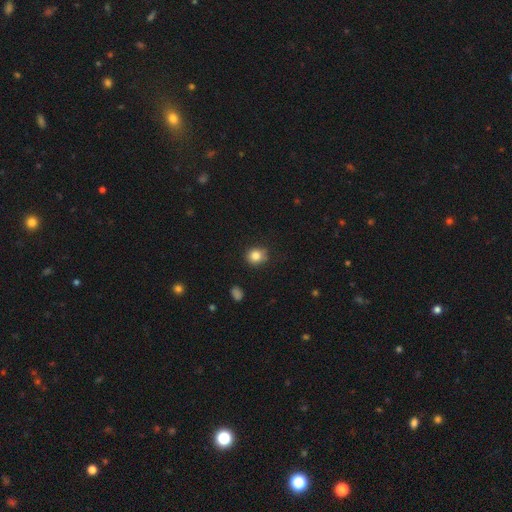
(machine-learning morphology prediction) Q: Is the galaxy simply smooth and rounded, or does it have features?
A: smooth — 84%.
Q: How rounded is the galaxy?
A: round — 82%.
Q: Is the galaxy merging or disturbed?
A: none — 80%.